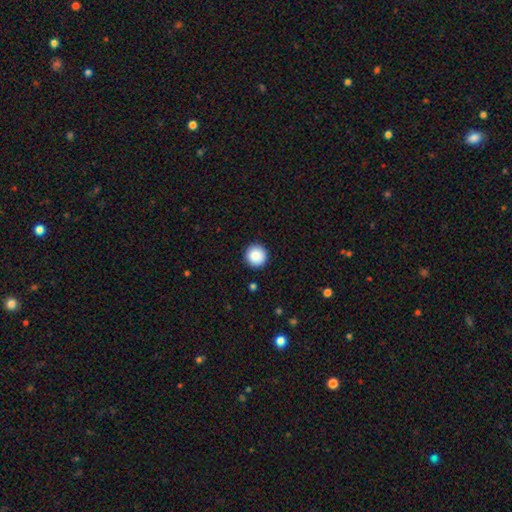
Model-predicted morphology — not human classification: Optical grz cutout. It shows a smooth galaxy with no disk features (88%) that is round (96%). Merging: none (93%).